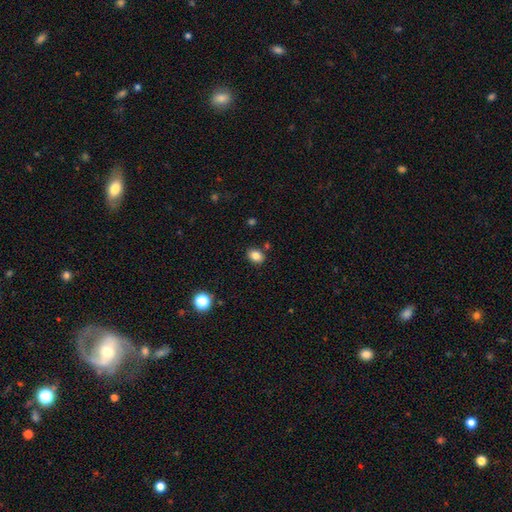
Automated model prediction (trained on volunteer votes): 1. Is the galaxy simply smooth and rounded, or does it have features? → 83% smooth, 11% star or artifact, 6% featured or disk.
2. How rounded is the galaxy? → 65% in between, 34% round, 1% cigar-shaped.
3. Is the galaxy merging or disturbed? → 83% none, 10% minor disturbance, 5% merger, 2% major disturbance.